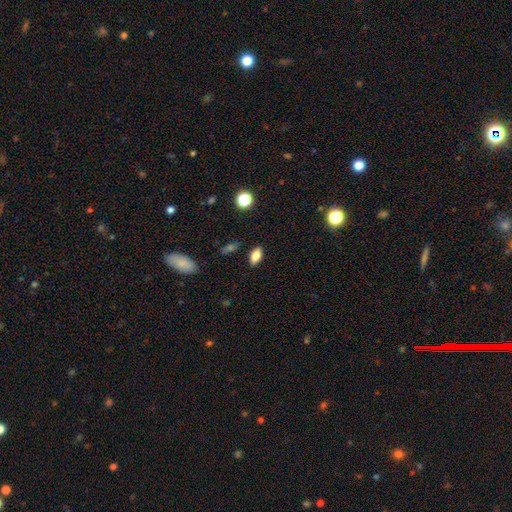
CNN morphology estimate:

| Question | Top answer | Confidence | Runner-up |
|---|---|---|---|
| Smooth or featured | smooth | 79% | featured or disk (11%) |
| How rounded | in between | 87% | cigar-shaped (7%) |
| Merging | none | 86% | minor disturbance (10%) |